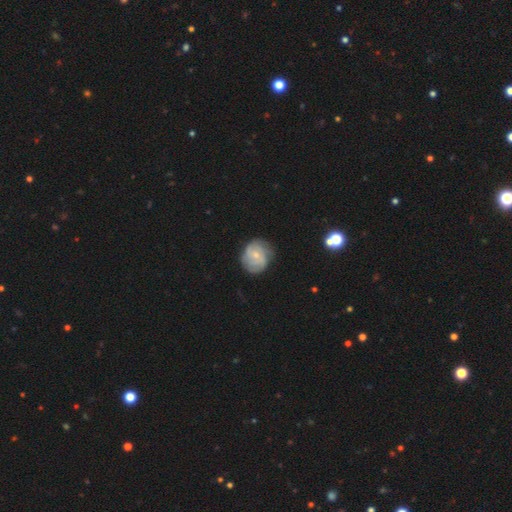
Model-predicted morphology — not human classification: This appears to be a featured or disk galaxy (52%) with no bar (63%), spiral arms (79%) and a small central bulge (69%). Merging: none (67%).